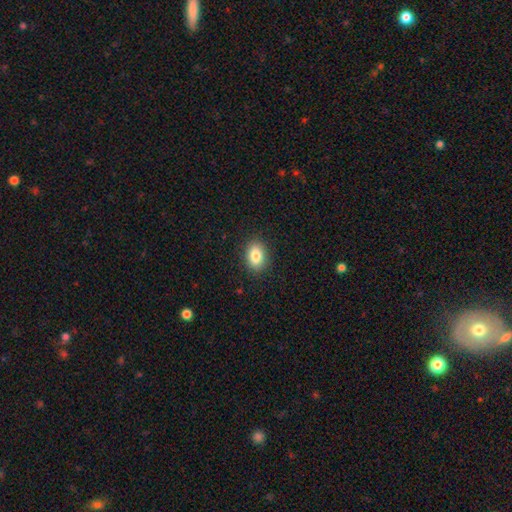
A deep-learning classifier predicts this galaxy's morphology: type=smooth (84%); roundness=in between (80%); merging=none (89%).